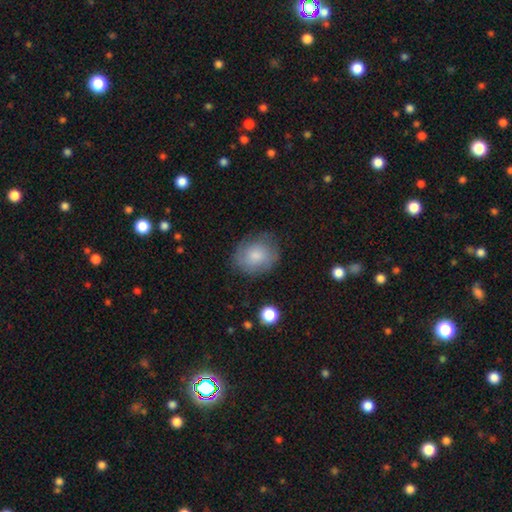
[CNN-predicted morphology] Q: Smooth or featured?
A: smooth (70%); runner-up: featured or disk (22%)
Q: How rounded?
A: round (60%); runner-up: in between (39%)
Q: Merging?
A: none (73%); runner-up: minor disturbance (19%)